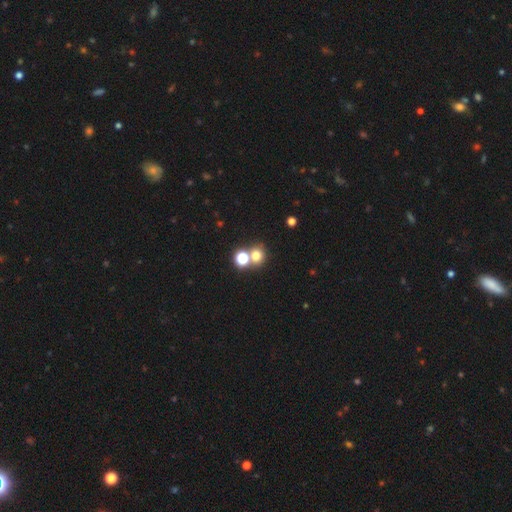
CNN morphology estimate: A smooth galaxy with no disk features (71%) that is round (79%). Merging: none (56%).